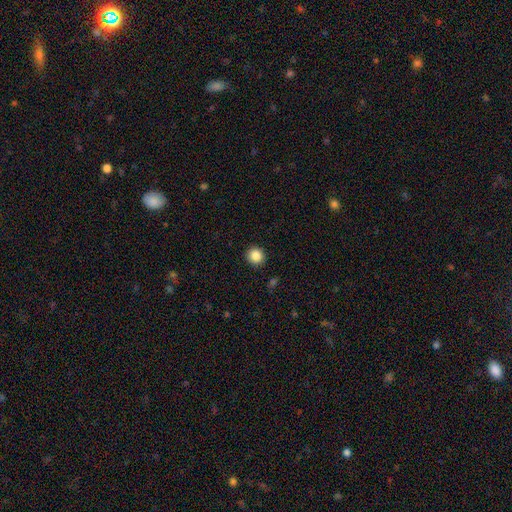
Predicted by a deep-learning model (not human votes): Smooth or featured? smooth (87%)
How rounded? round (93%)
Merging? none (92%)